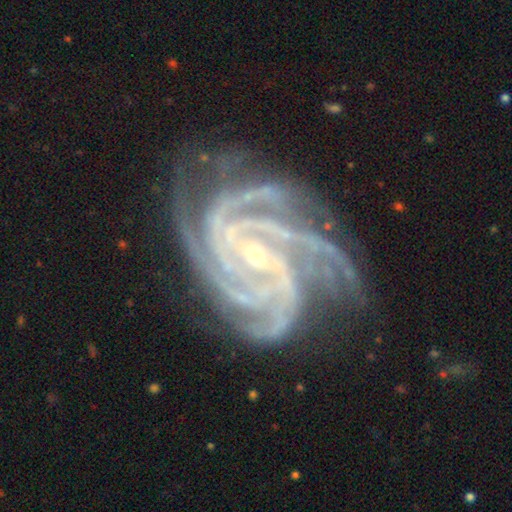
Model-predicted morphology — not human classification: Q: Smooth or featured?
A: featured or disk (93%); runner-up: star or artifact (5%)
Q: Edge-on disk?
A: no (98%); runner-up: yes (2%)
Q: Bar?
A: weak (35%); runner-up: no (34%)
Q: Spiral arms?
A: yes (99%); runner-up: no (1%)
Q: Spiral winding?
A: tight (71%); runner-up: medium (25%)
Q: Spiral arm count?
A: 4 (43%); runner-up: more than 4 (19%)
Q: Bulge size?
A: small (75%); runner-up: moderate (22%)
Q: Merging?
A: none (72%); runner-up: minor disturbance (18%)